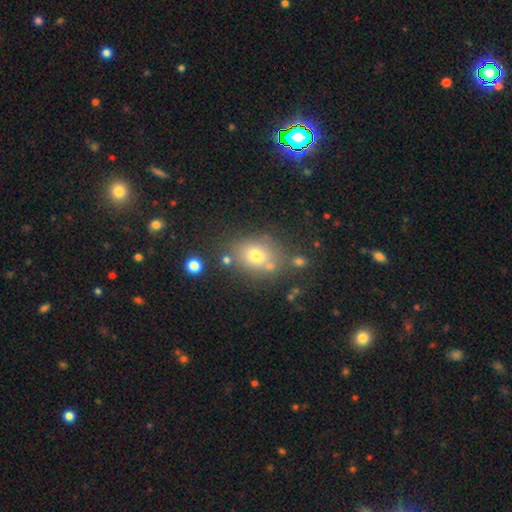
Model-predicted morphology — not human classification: A smooth galaxy with no disk features (71%) that is round (54%).

Vote fractions:
- Smooth or featured? smooth: 71% / star or artifact: 15% / featured or disk: 14%
- How rounded? round: 54% / in between: 45% / cigar-shaped: 1%
- Merging? none: 70% / minor disturbance: 14% / merger: 11% / major disturbance: 6%